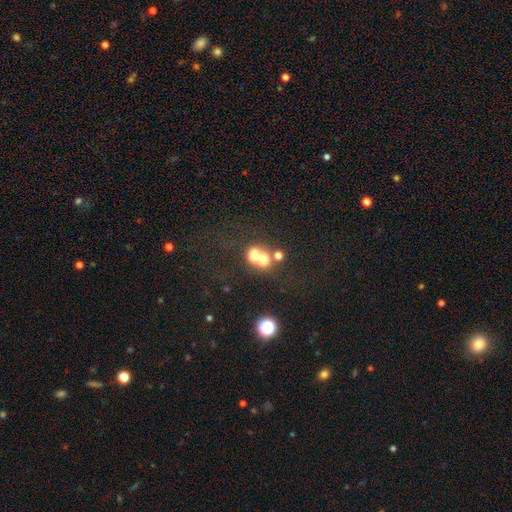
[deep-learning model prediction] Smooth or featured: smooth — 62% (featured or disk — 23%)
How rounded: round — 64% (in between — 35%)
Merging: merger — 64% (none — 24%)